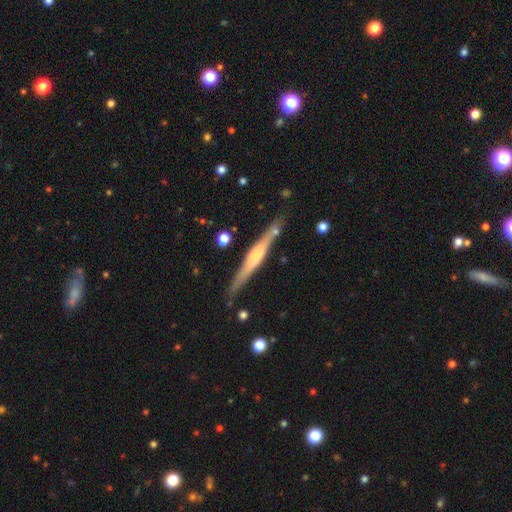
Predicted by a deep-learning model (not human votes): The model was most divided on "smooth or featured": featured or disk: 69%, smooth: 25%, star or artifact: 5%. More confident: edge-on disk — yes (97%); merging — none (83%); edge-on bulge — rounded (69%).